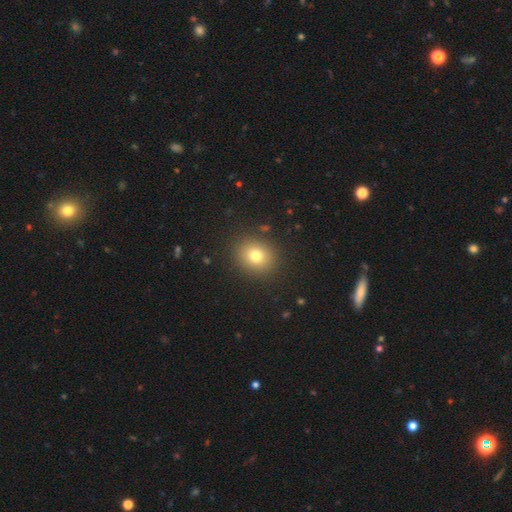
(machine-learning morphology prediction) The model was most divided on "how rounded": round: 79%, in between: 20%, cigar-shaped: 1%. More confident: merging — none (89%); smooth or featured — smooth (76%).